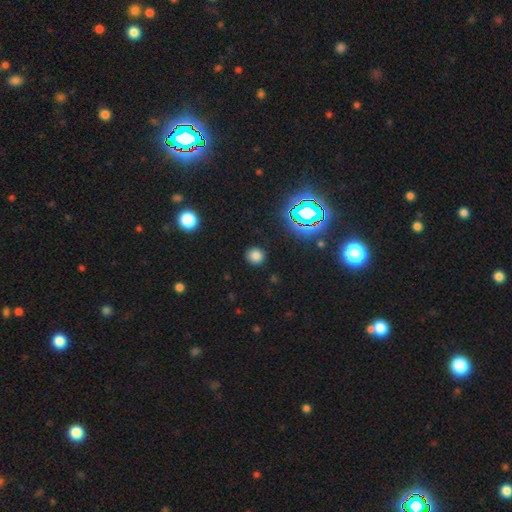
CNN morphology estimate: A smooth galaxy with no disk features (74%) that is round (88%).

Vote fractions:
- Smooth or featured? smooth: 74% / star or artifact: 20% / featured or disk: 6%
- How rounded? round: 88% / in between: 10% / cigar-shaped: 1%
- Merging? none: 89% / minor disturbance: 7% / major disturbance: 3% / merger: 1%